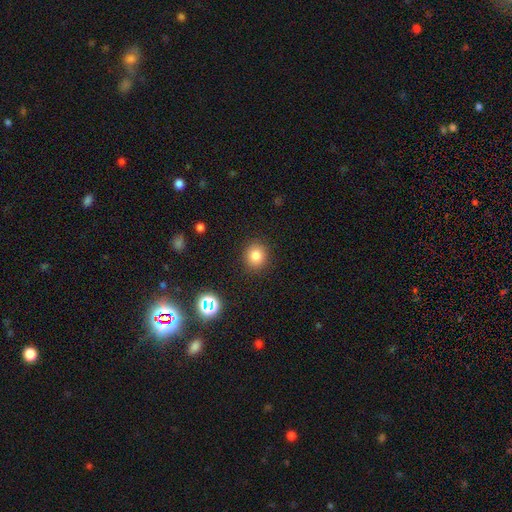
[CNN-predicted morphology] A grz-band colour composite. It shows a smooth galaxy with no disk features (81%) that is round (86%). Merging: none (90%).